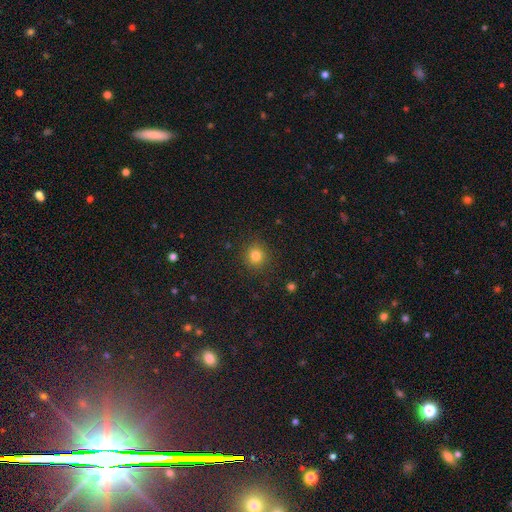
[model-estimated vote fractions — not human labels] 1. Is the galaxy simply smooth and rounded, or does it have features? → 81% smooth, 13% star or artifact, 6% featured or disk.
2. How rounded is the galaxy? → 90% round, 9% in between, 1% cigar-shaped.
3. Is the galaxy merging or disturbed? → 90% none, 7% minor disturbance, 2% major disturbance, 1% merger.